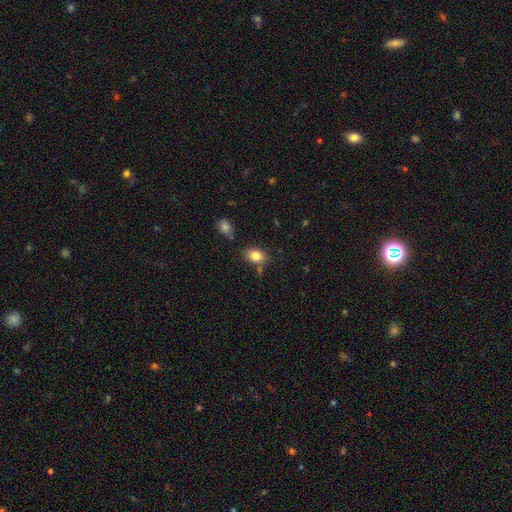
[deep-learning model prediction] Smooth or featured: smooth — 83% (star or artifact — 9%)
How rounded: in between — 77% (round — 22%)
Merging: none — 73% (minor disturbance — 16%)